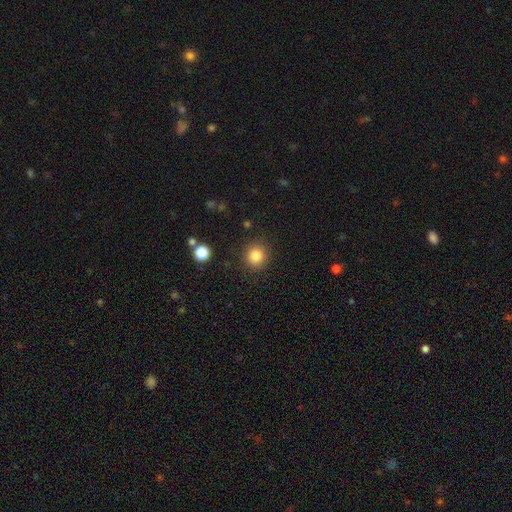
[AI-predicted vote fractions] smooth_or_featured: smooth (p=0.84) [alt: star or artifact p=0.11]
how_rounded: round (p=0.90) [alt: in between p=0.09]
merging: none (p=0.88) [alt: minor disturbance p=0.07]